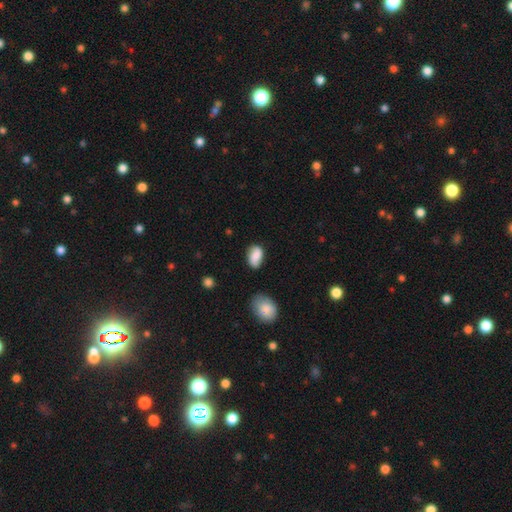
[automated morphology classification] This appears to be a smooth galaxy with no disk features (77%) that is in between round and cigar-shaped (88%). Merging: none (68%).